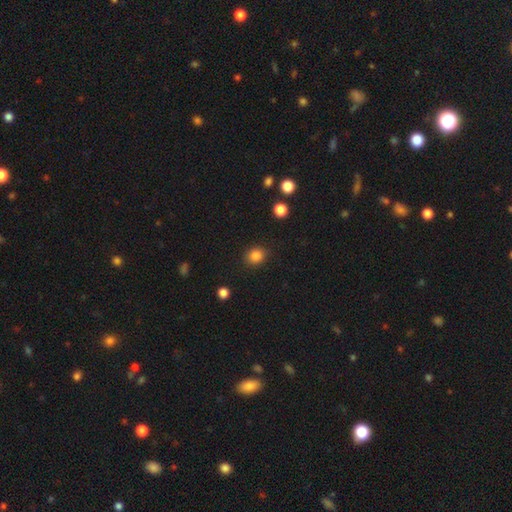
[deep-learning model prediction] Q: Smooth or featured?
A: smooth (85%); runner-up: star or artifact (11%)
Q: How rounded?
A: round (75%); runner-up: in between (24%)
Q: Merging?
A: none (88%); runner-up: minor disturbance (8%)